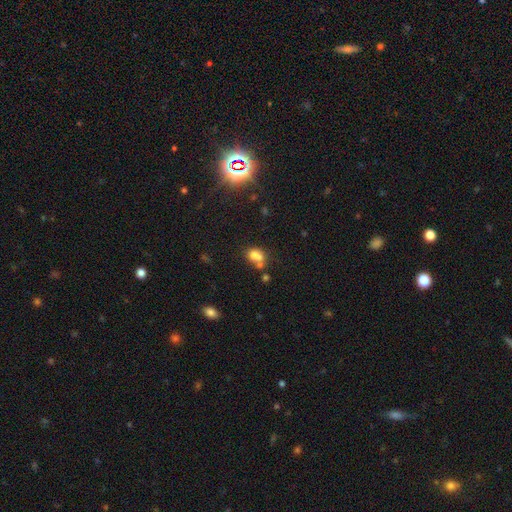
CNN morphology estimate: Overall: smooth (70%). How rounded: in between (57%; round 41%). Merging: merger (50%; none 31%).